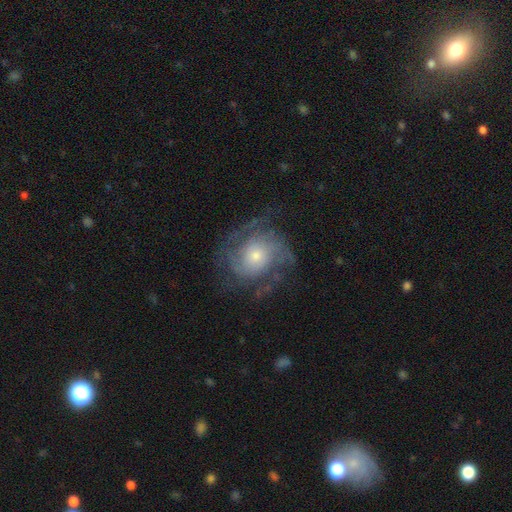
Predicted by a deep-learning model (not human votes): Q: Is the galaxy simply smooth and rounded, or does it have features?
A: featured or disk — 79%.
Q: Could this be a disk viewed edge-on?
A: no — 97%.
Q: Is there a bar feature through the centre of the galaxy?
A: no — 78%.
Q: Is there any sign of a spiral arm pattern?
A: yes — 91%.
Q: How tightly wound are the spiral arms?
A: tight — 45%.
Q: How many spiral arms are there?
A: can't tell — 30%.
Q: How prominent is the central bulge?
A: moderate — 47%.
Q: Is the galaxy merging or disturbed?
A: none — 65%.